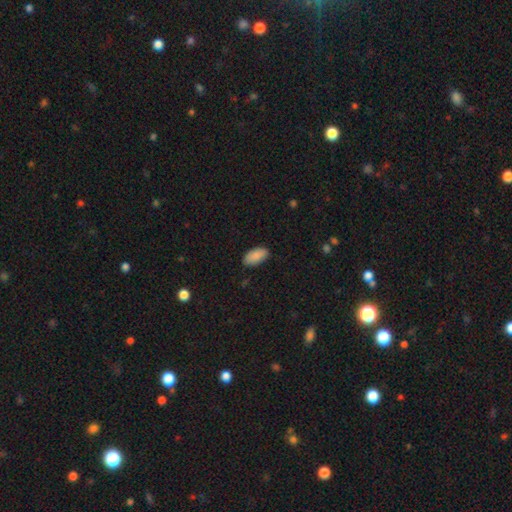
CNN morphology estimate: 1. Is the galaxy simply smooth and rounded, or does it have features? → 89% smooth, 6% star or artifact, 4% featured or disk.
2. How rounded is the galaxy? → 94% in between, 4% cigar-shaped, 2% round.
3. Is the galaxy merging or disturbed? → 87% none, 10% minor disturbance, 2% major disturbance, 1% merger.